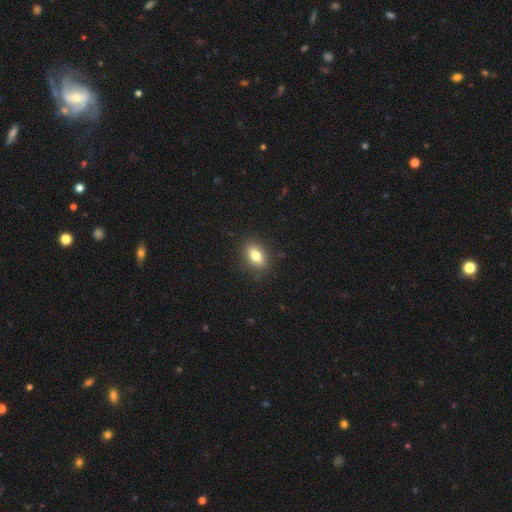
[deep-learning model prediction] This is likely a smooth galaxy (79%). How rounded: likely in between (80%). Merging: clearly none (86%).